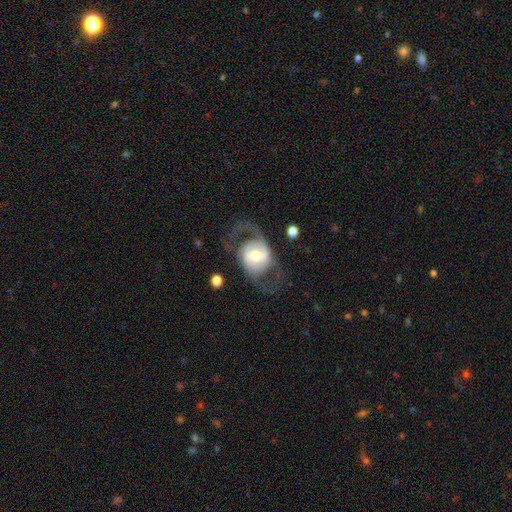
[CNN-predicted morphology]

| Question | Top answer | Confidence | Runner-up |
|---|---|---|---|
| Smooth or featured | featured or disk | 72% | smooth (22%) |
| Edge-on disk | no | 95% | yes (5%) |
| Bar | no | 43% | weak (37%) |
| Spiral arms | yes | 72% | no (28%) |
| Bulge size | moderate | 62% | large (17%) |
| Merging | none | 58% | major disturbance (25%) |